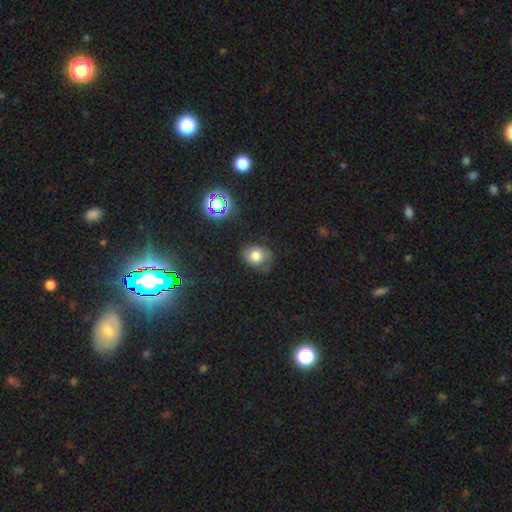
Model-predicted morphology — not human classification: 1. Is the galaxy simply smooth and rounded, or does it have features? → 71% smooth, 15% star or artifact, 14% featured or disk.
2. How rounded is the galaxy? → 54% round, 45% in between, 1% cigar-shaped.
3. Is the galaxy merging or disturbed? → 60% none, 28% minor disturbance, 10% major disturbance, 2% merger.